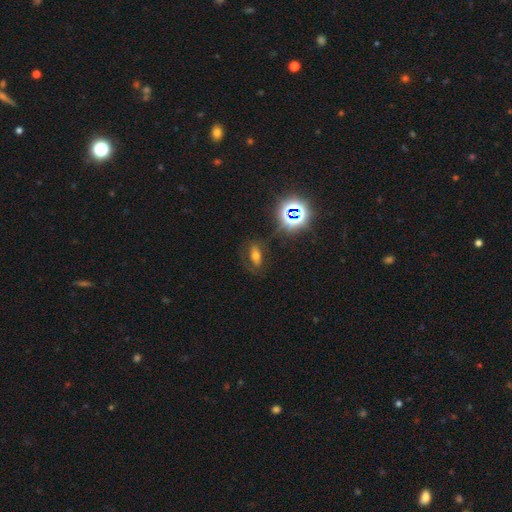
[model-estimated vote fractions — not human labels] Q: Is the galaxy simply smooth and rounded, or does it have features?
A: smooth — 45%.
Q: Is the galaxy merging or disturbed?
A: none — 74%.